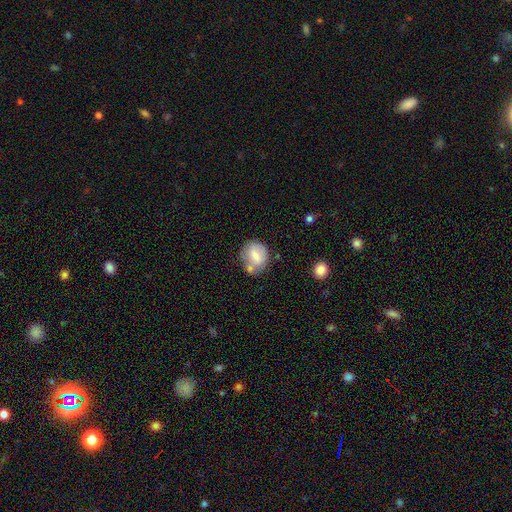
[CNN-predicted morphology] A smooth galaxy with no disk features (70%) that is round (61%). Merging: none (54%).